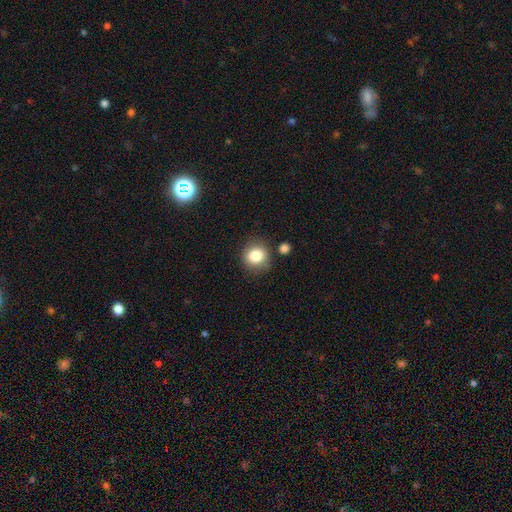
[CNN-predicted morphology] type=smooth (83%); roundness=round (87%); merging=none (80%).